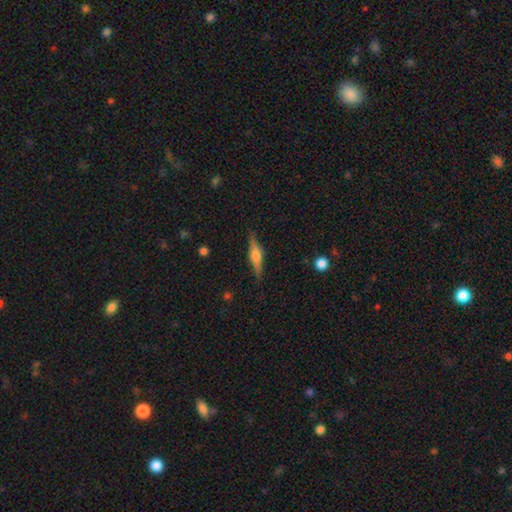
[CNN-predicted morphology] Smooth or featured?
  - featured or disk: 64% *
  - smooth: 28%
  - star or artifact: 7%
Edge-on disk?
  - yes: 96% *
  - no: 4%
Edge-on bulge?
  - rounded: 82% *
  - boxy: 14%
  - none: 3%
Merging?
  - none: 85% *
  - minor disturbance: 11%
  - major disturbance: 3%
  - merger: 1%